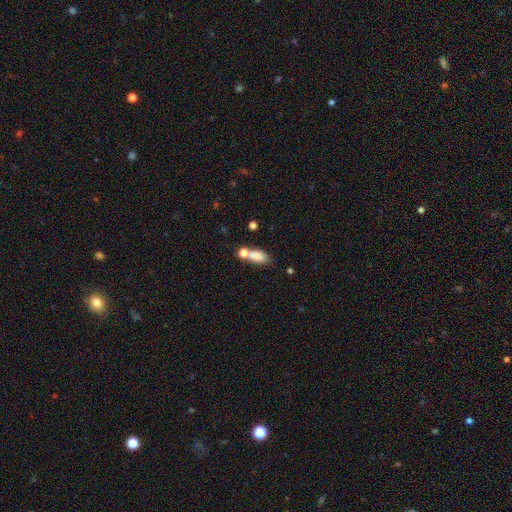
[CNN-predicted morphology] Smooth or featured: smooth — 80% (featured or disk — 11%)
How rounded: in between — 78% (cigar-shaped — 15%)
Merging: none — 40% (tied with merger — 40%)